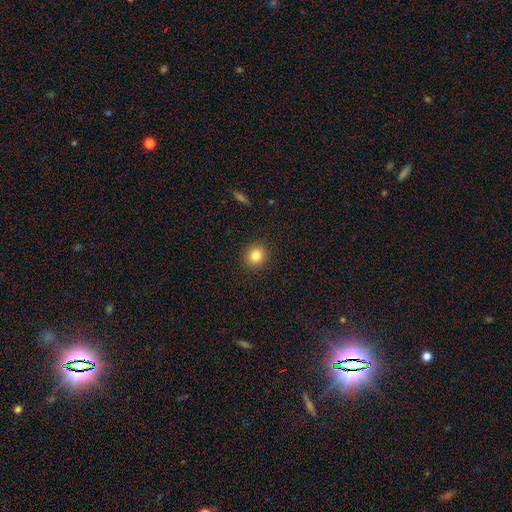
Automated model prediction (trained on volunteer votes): Morphology: type=smooth (82%); roundness=round (84%); merging=none (91%).